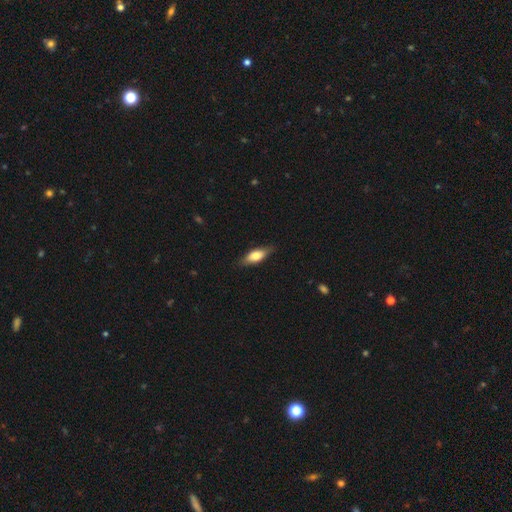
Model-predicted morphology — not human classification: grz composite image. It shows a smooth galaxy with no disk features (69%) that is in between round and cigar-shaped (67%). Merging: none (83%).